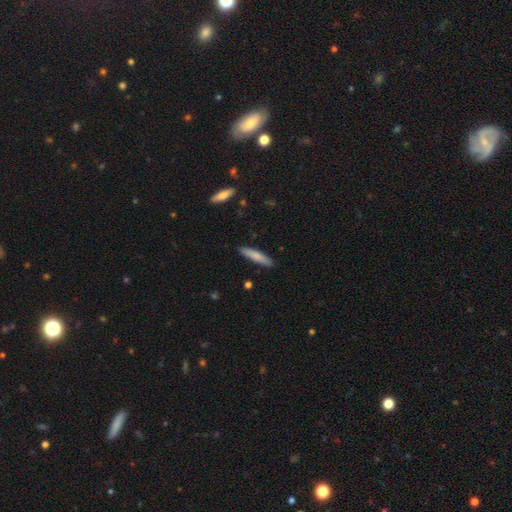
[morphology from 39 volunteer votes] Volunteers were most divided on "smooth or featured": smooth: 77%, featured or disk: 18%, star or artifact: 5%. More confident: how rounded — cigar-shaped (93%); merging — none (89%).